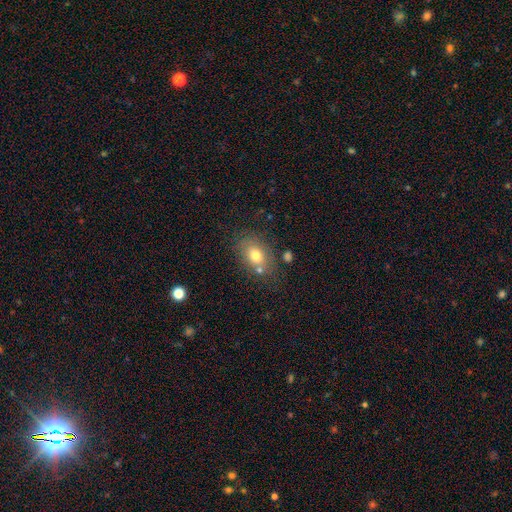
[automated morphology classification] smooth_or_featured: smooth (p=0.73) [alt: featured or disk p=0.16]
how_rounded: in between (p=0.72) [alt: round p=0.27]
merging: none (p=0.68) [alt: minor disturbance p=0.16]